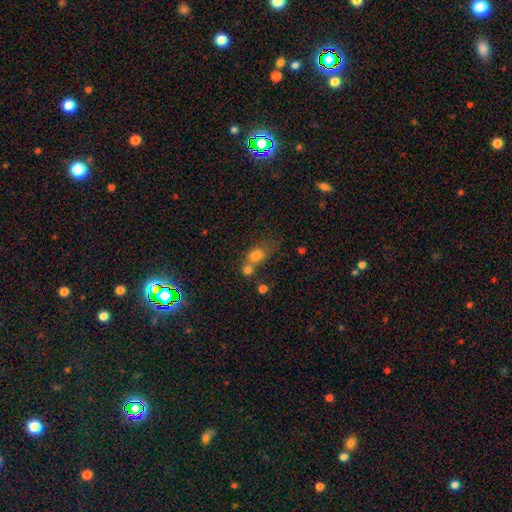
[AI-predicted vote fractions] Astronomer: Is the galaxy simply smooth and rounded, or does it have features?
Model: smooth — 76%.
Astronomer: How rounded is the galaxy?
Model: round — 52% (runner-up: in between, 45%).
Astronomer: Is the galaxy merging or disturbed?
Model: merger — 52% (runner-up: none, 30%).